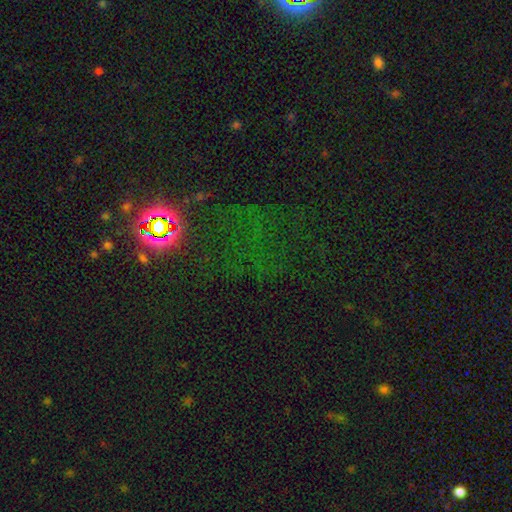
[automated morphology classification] smooth_or_featured: star or artifact (p=0.73) [alt: smooth p=0.17]